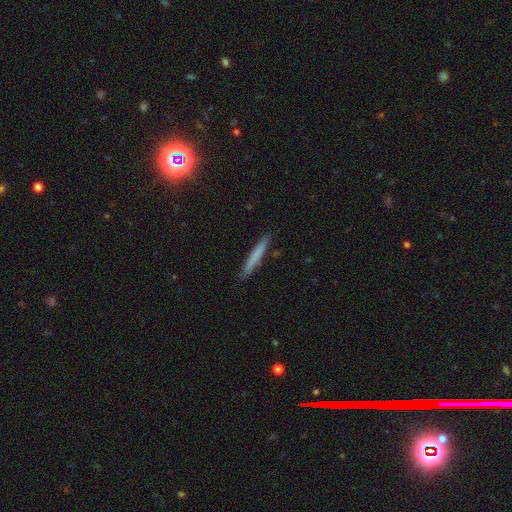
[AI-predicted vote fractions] smooth-or-featured: smooth: 69% | featured or disk: 24% | star or artifact: 6%
  how-rounded: cigar-shaped: 96% | in between: 3% | round: 1%
  merging: none: 90% | minor disturbance: 7% | major disturbance: 1% | merger: 1%